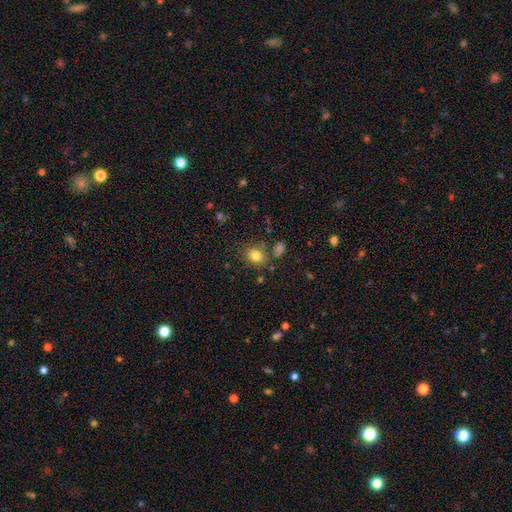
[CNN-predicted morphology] Smooth or featured? smooth (82%)
How rounded? in between (53%)
Merging? none (76%)